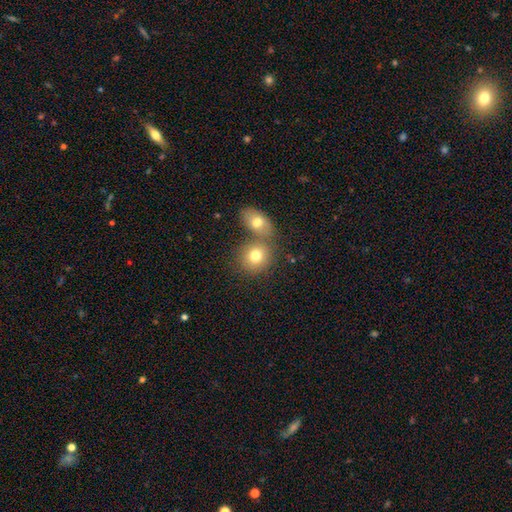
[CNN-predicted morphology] A smooth galaxy with no disk features (77%) that is round (72%).

Vote fractions:
- Smooth or featured? smooth: 77% / featured or disk: 13% / star or artifact: 10%
- How rounded? round: 72% / in between: 27% / cigar-shaped: 1%
- Merging? none: 48% / merger: 40% / minor disturbance: 8% / major disturbance: 3%